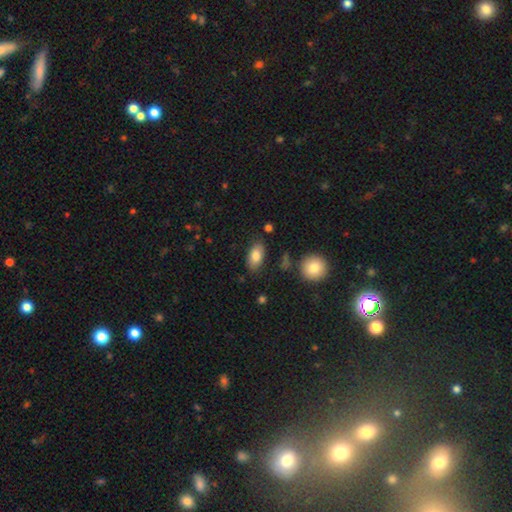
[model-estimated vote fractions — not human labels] The model was most divided on "merging": none: 81%, minor disturbance: 12%, merger: 3%, major disturbance: 3%. More confident: how rounded — in between (91%); smooth or featured — smooth (83%).